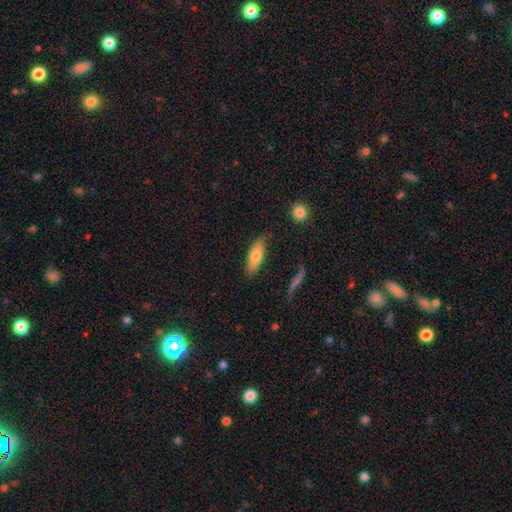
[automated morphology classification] smooth_or_featured: smooth (p=0.75) [alt: featured or disk p=0.19]
how_rounded: in between (p=0.65) [alt: cigar-shaped p=0.32]
merging: none (p=0.82) [alt: minor disturbance p=0.13]